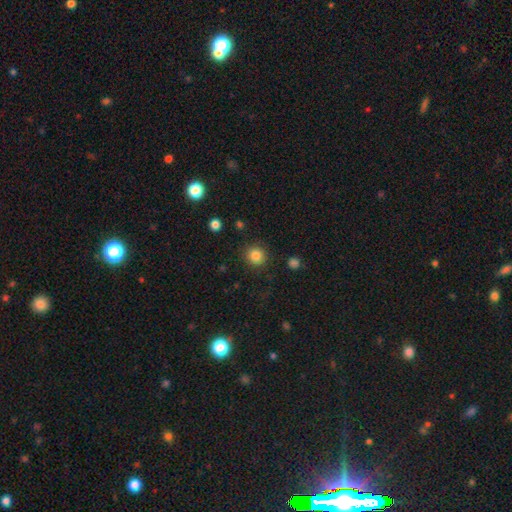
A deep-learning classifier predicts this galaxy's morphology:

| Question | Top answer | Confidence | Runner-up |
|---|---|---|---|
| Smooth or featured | smooth | 84% | star or artifact (11%) |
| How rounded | round | 92% | in between (7%) |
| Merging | none | 88% | minor disturbance (7%) |